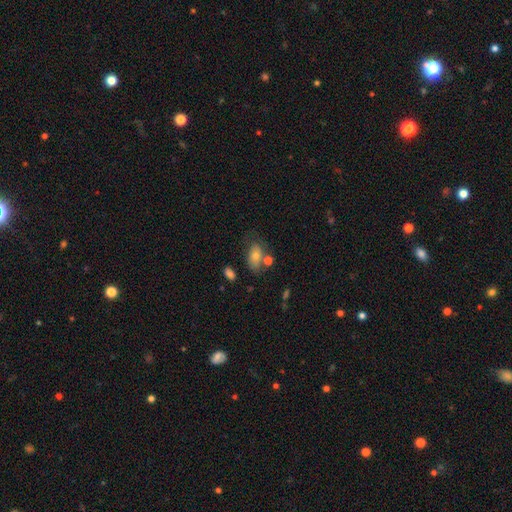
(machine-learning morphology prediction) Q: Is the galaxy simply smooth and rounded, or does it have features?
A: smooth — 68%.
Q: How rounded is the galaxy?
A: in between — 87%.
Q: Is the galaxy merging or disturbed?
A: none — 49%.